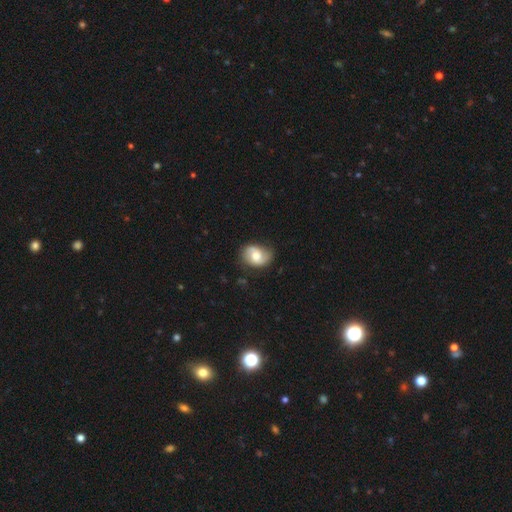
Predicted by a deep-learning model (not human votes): Smooth or featured? Predicted: featured or disk (p=0.49). Merging? Predicted: none (p=0.68).